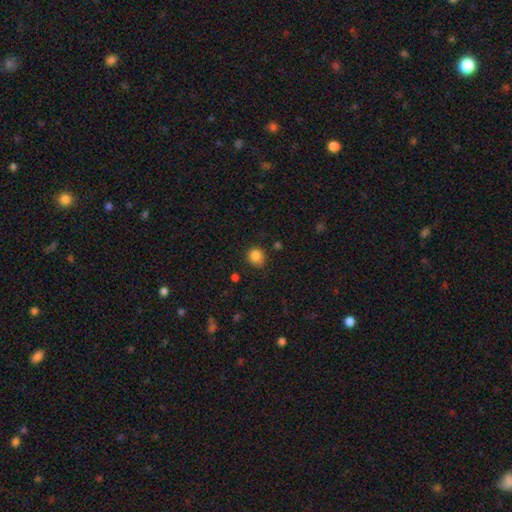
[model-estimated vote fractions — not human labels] Smooth or featured: smooth — 85% (star or artifact — 11%)
How rounded: round — 82% (in between — 17%)
Merging: none — 79% (minor disturbance — 16%)